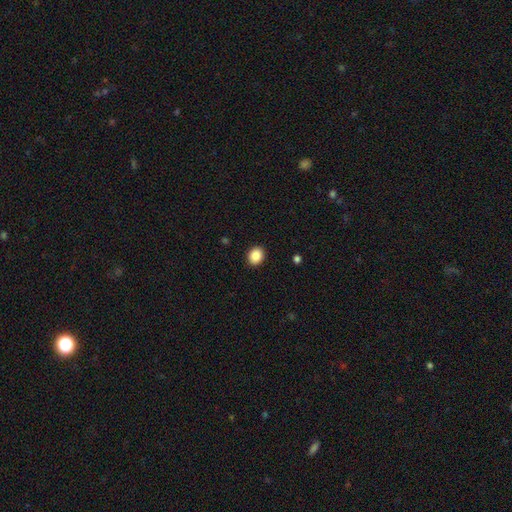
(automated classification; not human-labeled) This is clearly a smooth galaxy (88%). How rounded: possibly round (59%). Merging: clearly none (91%).